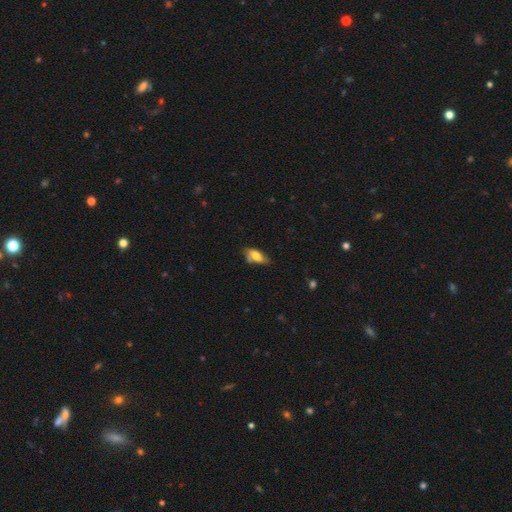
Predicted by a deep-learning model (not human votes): This is likely a smooth galaxy (70%). How rounded: clearly in between (83%). Merging: likely none (62%).